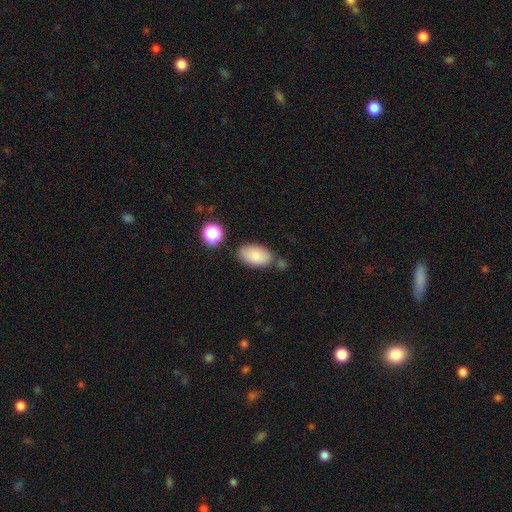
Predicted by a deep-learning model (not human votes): A smooth galaxy with no disk features (85%) that is in between round and cigar-shaped (93%).

Vote fractions:
- Smooth or featured? smooth: 85% / star or artifact: 8% / featured or disk: 7%
- How rounded? in between: 93% / round: 5% / cigar-shaped: 2%
- Merging? none: 68% / minor disturbance: 17% / merger: 11% / major disturbance: 5%